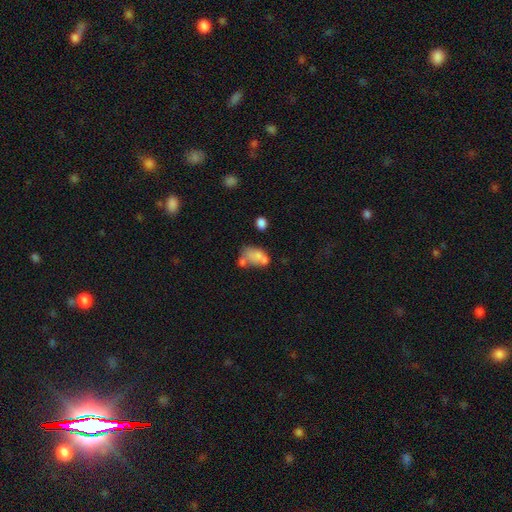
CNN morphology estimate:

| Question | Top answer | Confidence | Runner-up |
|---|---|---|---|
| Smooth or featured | smooth | 62% | featured or disk (27%) |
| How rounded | in between | 84% | round (14%) |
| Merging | merger | 41% | none (28%) |